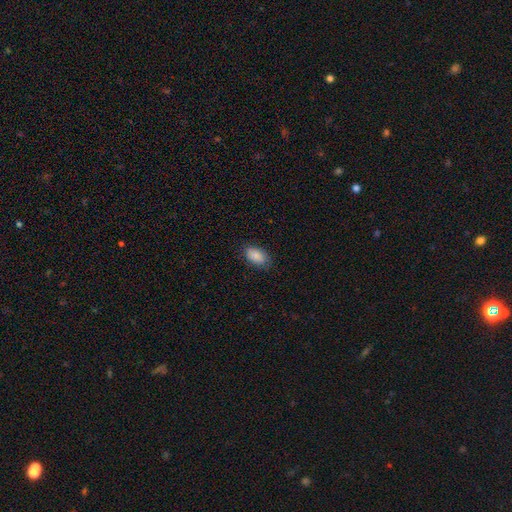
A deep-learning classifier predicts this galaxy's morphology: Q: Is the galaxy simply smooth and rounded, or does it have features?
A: smooth — 87%.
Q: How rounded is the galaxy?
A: in between — 92%.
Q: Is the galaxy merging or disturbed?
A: none — 77%.